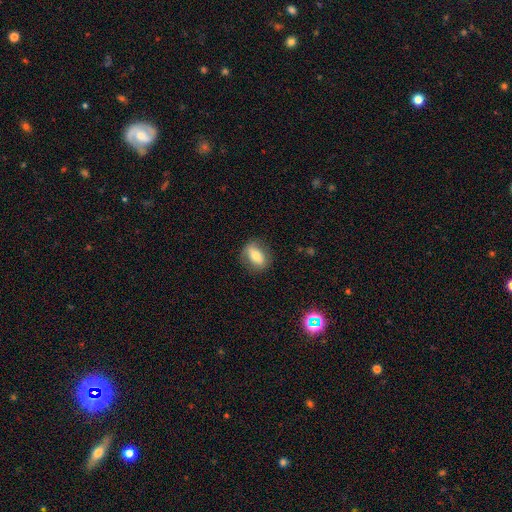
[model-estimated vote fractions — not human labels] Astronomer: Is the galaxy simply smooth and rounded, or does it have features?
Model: smooth — 65%.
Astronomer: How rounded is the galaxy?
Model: in between — 73%.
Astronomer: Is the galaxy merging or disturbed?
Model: none — 80%.